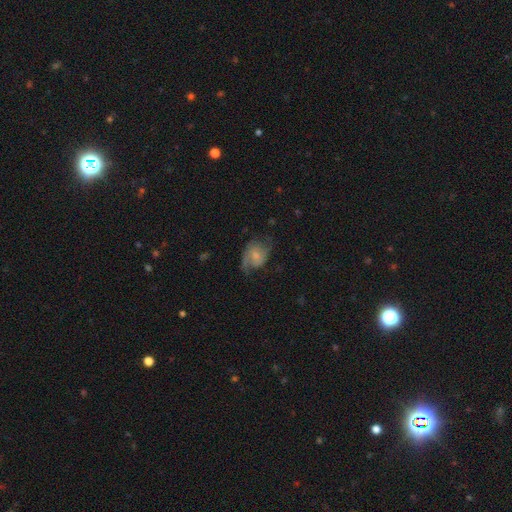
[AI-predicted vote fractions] Q: Smooth or featured?
A: featured or disk (63%); runner-up: smooth (30%)
Q: Edge-on disk?
A: no (97%); runner-up: yes (3%)
Q: Bar?
A: no (65%); runner-up: weak (30%)
Q: Spiral arms?
A: yes (87%); runner-up: no (13%)
Q: Spiral winding?
A: medium (43%); runner-up: loose (38%)
Q: Spiral arm count?
A: 2 (69%); runner-up: 1 (16%)
Q: Bulge size?
A: small (47%); runner-up: moderate (31%)
Q: Merging?
A: none (51%); runner-up: minor disturbance (25%)